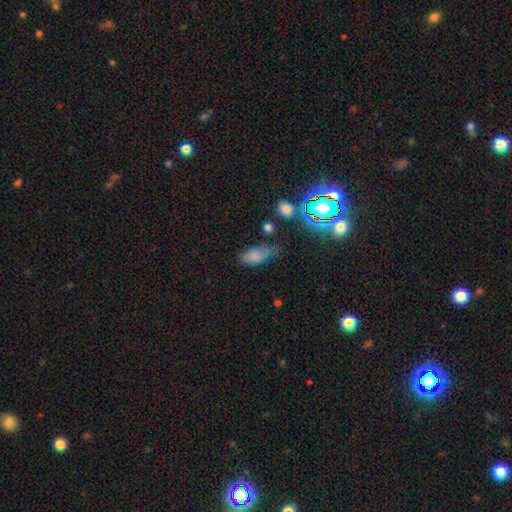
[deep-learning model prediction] A smooth galaxy with no disk features (73%) that is in between round and cigar-shaped (88%).

Vote fractions:
- Smooth or featured? smooth: 73% / star or artifact: 15% / featured or disk: 12%
- How rounded? in between: 88% / cigar-shaped: 6% / round: 6%
- Merging? none: 47% / minor disturbance: 35% / major disturbance: 13% / merger: 4%